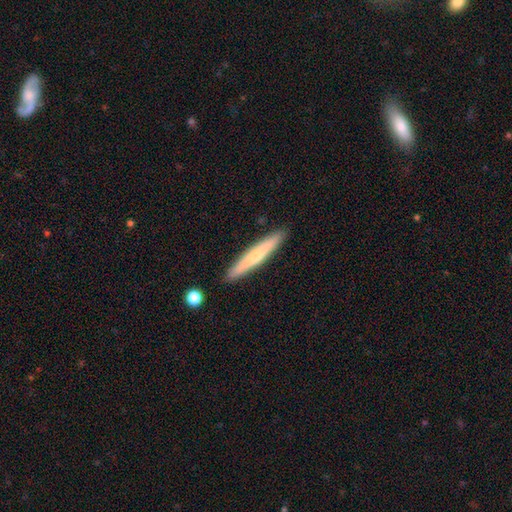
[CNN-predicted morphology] This appears to be a smooth galaxy with no disk features (57%) that is cigar-shaped (94%). Merging: none (90%).